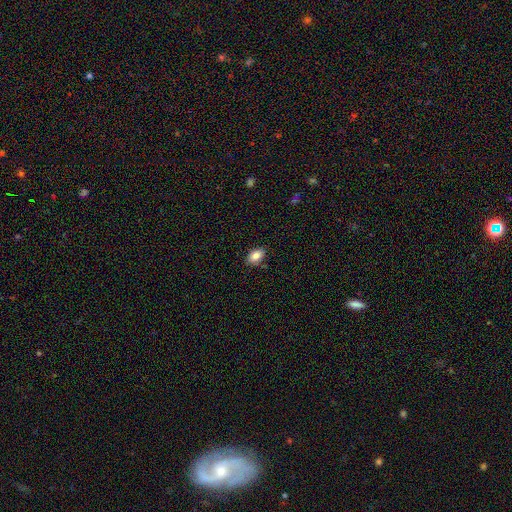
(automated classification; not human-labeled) Smooth or featured?
  - smooth: 84% *
  - star or artifact: 8%
  - featured or disk: 8%
How rounded?
  - in between: 89% *
  - round: 9%
  - cigar-shaped: 1%
Merging?
  - none: 82% *
  - minor disturbance: 13%
  - major disturbance: 2%
  - merger: 2%